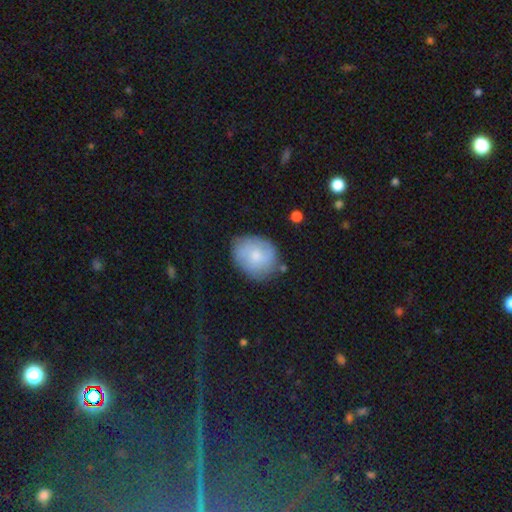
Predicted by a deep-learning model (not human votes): Overall: smooth (61%; featured or disk 32%). How rounded: round (59%; in between 40%). Merging: none (72%).